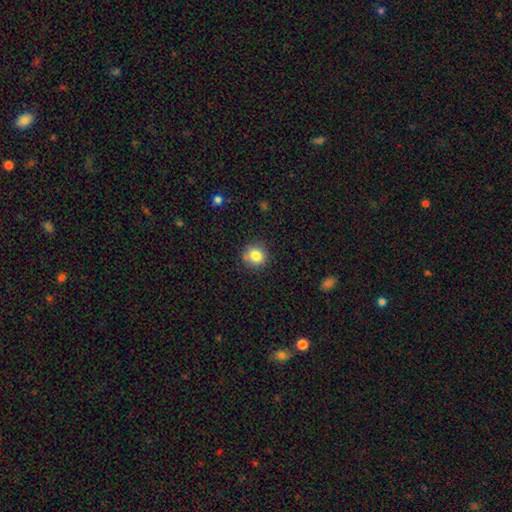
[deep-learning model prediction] Smooth or featured: smooth — 83% (star or artifact — 11%)
How rounded: round — 91% (in between — 9%)
Merging: none — 83% (minor disturbance — 11%)